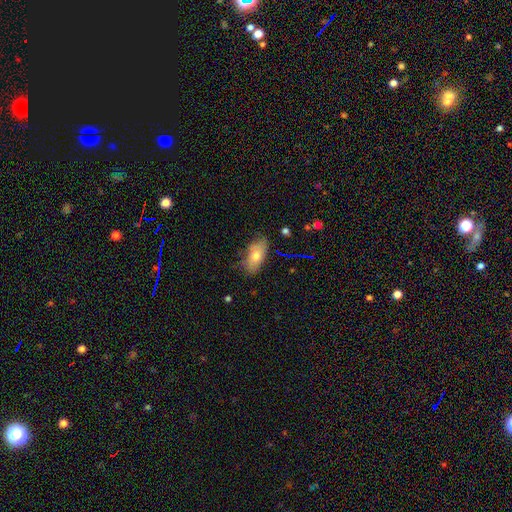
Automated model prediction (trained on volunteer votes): smooth-or-featured: smooth: 68% | featured or disk: 24% | star or artifact: 8%
  how-rounded: in between: 89% | cigar-shaped: 7% | round: 4%
  merging: none: 68% | minor disturbance: 24% | major disturbance: 6% | merger: 2%